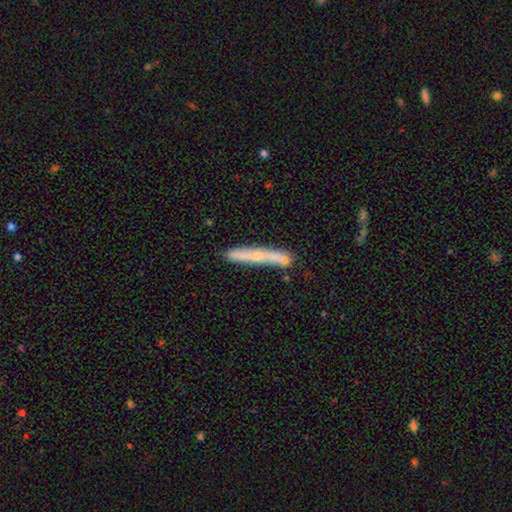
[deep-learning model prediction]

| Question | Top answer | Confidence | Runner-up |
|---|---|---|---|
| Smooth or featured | featured or disk | 51% | smooth (43%) |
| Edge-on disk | yes | 86% | no (14%) |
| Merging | none | 72% | minor disturbance (17%) |